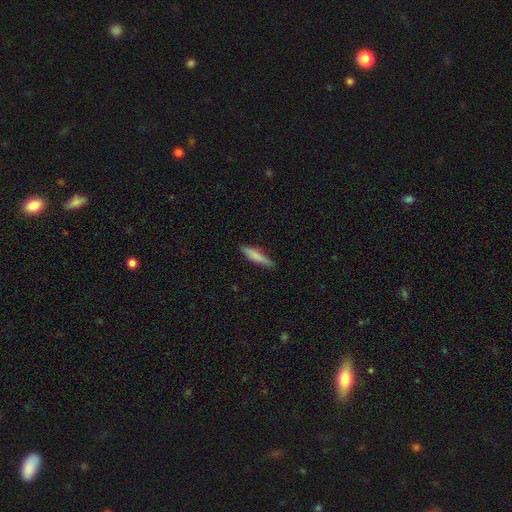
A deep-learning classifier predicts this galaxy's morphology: smooth-or-featured: smooth: 79% | featured or disk: 15% | star or artifact: 6%
  how-rounded: cigar-shaped: 82% | in between: 17% | round: 1%
  merging: none: 80% | minor disturbance: 16% | major disturbance: 3% | merger: 1%